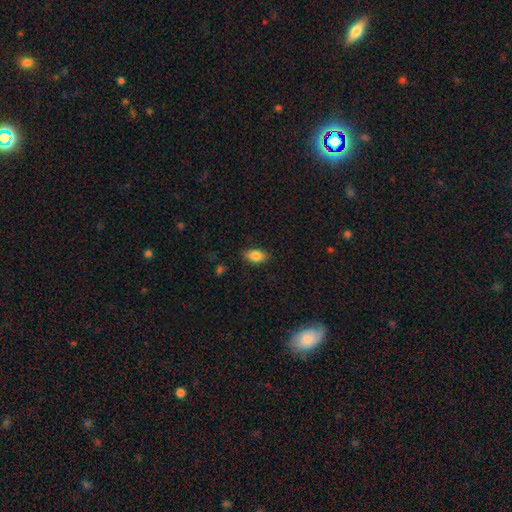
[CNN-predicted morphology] Smooth or featured? Predicted: smooth (p=0.85). How rounded? Predicted: in between (p=0.90). Merging? Predicted: none (p=0.85).